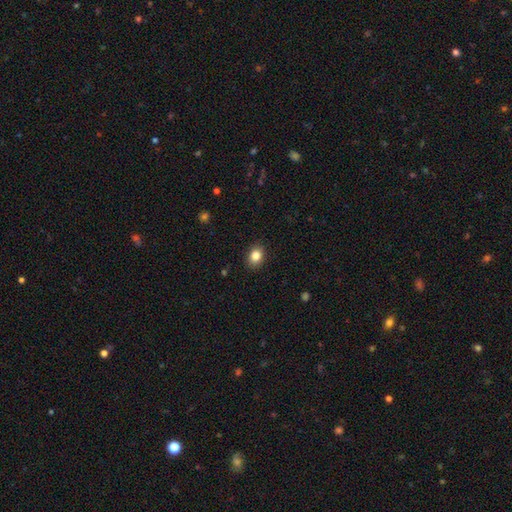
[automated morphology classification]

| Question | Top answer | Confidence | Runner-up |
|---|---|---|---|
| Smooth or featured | smooth | 85% | star or artifact (10%) |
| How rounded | in between | 60% | round (39%) |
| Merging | none | 89% | minor disturbance (8%) |